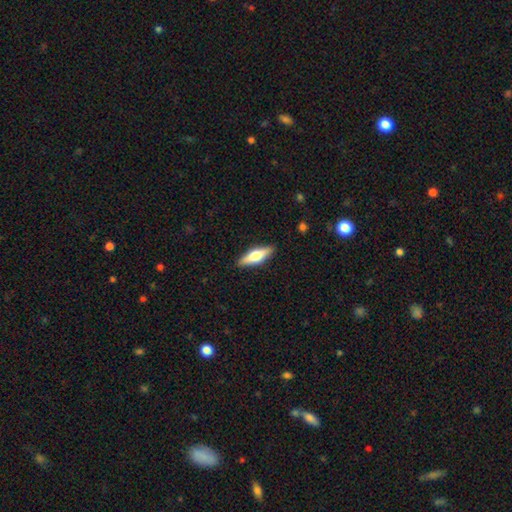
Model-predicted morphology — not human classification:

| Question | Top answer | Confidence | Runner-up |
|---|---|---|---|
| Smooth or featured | smooth | 50% | featured or disk (44%) |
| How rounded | cigar-shaped | 54% | in between (44%) |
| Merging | none | 89% | minor disturbance (8%) |